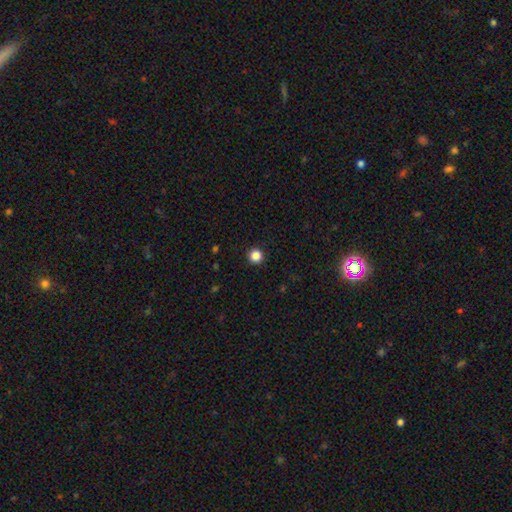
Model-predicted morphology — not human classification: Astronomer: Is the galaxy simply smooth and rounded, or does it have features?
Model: smooth — 86%.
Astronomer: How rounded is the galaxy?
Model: round — 96%.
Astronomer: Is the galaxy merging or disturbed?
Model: none — 93%.